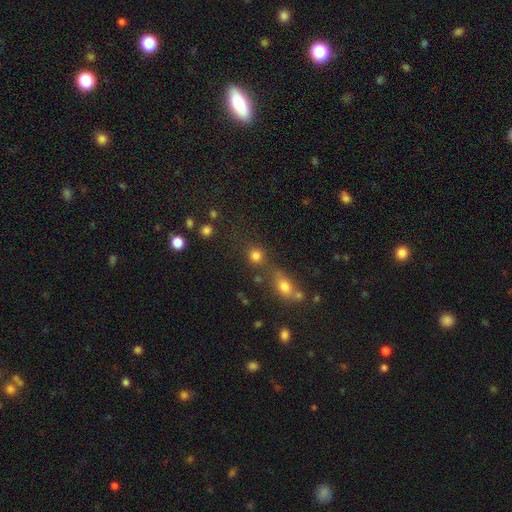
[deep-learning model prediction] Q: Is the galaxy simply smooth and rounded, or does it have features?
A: smooth — 79%.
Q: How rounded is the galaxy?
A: round — 86%.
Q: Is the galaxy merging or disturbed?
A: none — 64%.